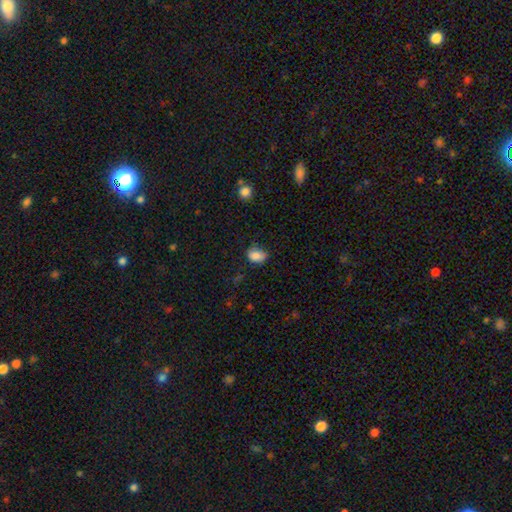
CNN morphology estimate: Smooth or featured? smooth (84%)
How rounded? in between (69%)
Merging? none (52%)